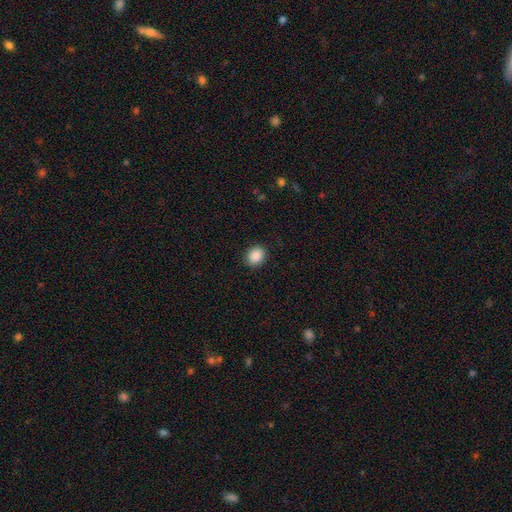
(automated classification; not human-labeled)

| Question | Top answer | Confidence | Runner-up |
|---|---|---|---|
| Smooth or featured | smooth | 89% | star or artifact (8%) |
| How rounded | round | 60% | in between (39%) |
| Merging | none | 90% | minor disturbance (7%) |